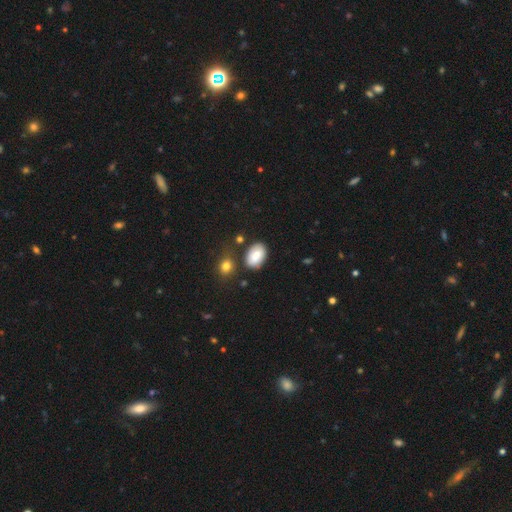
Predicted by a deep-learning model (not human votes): This is clearly a smooth galaxy (80%). How rounded: clearly in between (88%). Merging: likely none (73%).